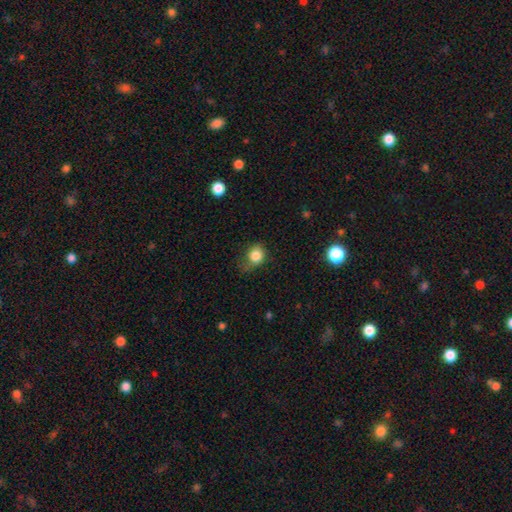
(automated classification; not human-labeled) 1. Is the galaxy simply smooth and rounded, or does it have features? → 82% smooth, 10% star or artifact, 8% featured or disk.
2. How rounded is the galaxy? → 66% round, 33% in between, 1% cigar-shaped.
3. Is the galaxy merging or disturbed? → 47% none, 32% minor disturbance, 18% major disturbance, 2% merger.